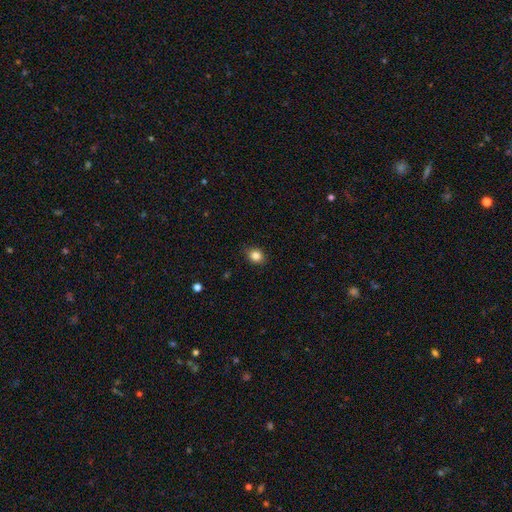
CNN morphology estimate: A smooth galaxy with no disk features (84%) that is round (56%).

Vote fractions:
- Smooth or featured? smooth: 84% / star or artifact: 10% / featured or disk: 6%
- How rounded? round: 56% / in between: 43% / cigar-shaped: 1%
- Merging? none: 86% / minor disturbance: 11% / major disturbance: 2% / merger: 1%